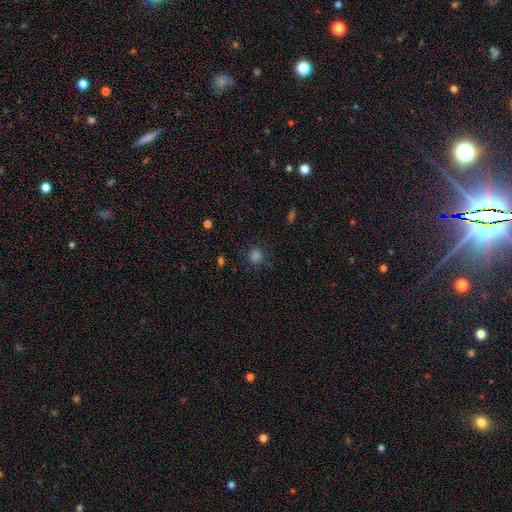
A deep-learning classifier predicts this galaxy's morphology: smooth_or_featured: smooth (p=0.78) [alt: star or artifact p=0.18]
how_rounded: round (p=0.92) [alt: in between p=0.07]
merging: none (p=0.85) [alt: minor disturbance p=0.09]